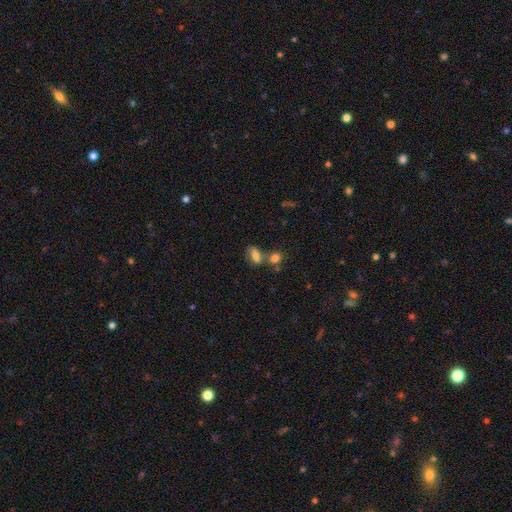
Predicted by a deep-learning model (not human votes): A smooth galaxy with no disk features (71%) that is in between round and cigar-shaped (79%). Merging: none (41%).